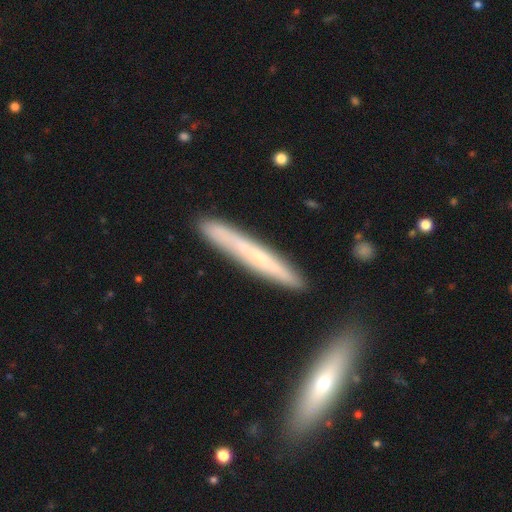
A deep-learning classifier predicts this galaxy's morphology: Smooth or featured? featured or disk (49%)
Merging? none (85%)